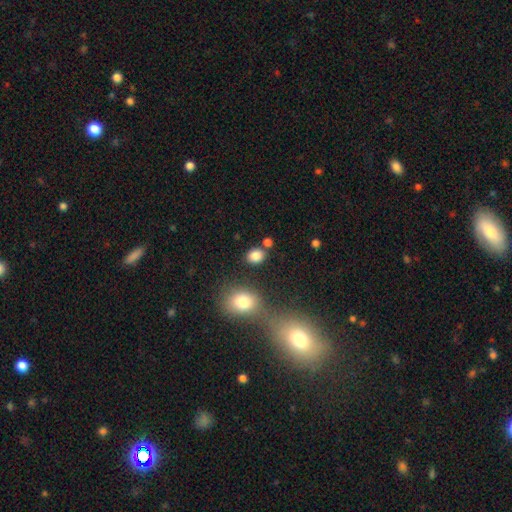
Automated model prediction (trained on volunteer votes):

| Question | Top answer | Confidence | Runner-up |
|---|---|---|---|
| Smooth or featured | smooth | 84% | star or artifact (11%) |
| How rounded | round | 50% | in between (49%) |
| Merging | none | 77% | minor disturbance (10%) |